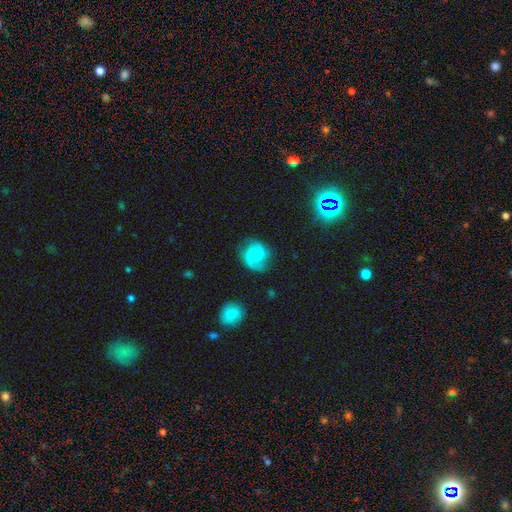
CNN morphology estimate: Smooth or featured: featured or disk — 72% (smooth — 20%)
Edge-on disk: no — 98% (yes — 2%)
Bar: weak — 49% (no — 37%)
Spiral arms: yes — 94% (no — 6%)
Spiral winding: medium — 54% (tight — 25%)
Spiral arm count: 2 — 88% (can't tell — 6%)
Bulge size: small — 45% (none — 37%)
Merging: none — 73% (minor disturbance — 18%)